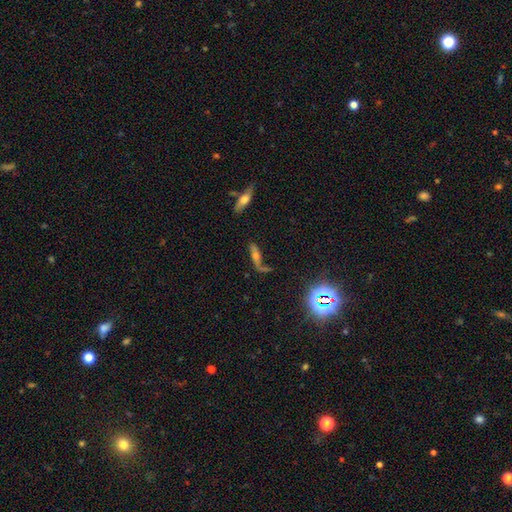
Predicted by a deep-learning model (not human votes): featured or disk 57%, smooth 24%, star or artifact 19%. Down the decision tree: edge-on disk — no (69%); merging — none (41%).